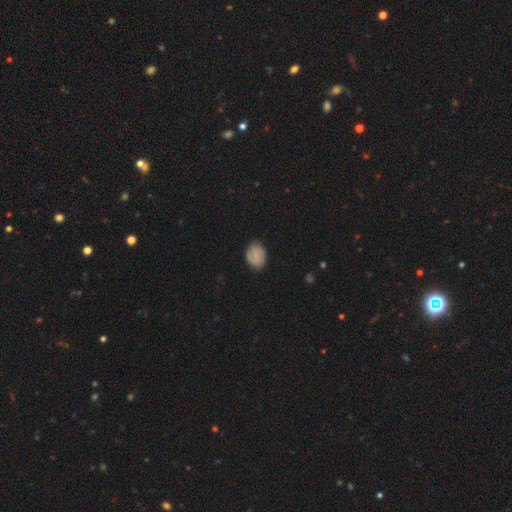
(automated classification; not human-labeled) Smooth or featured? smooth (58%)
How rounded? in between (61%)
Merging? none (80%)